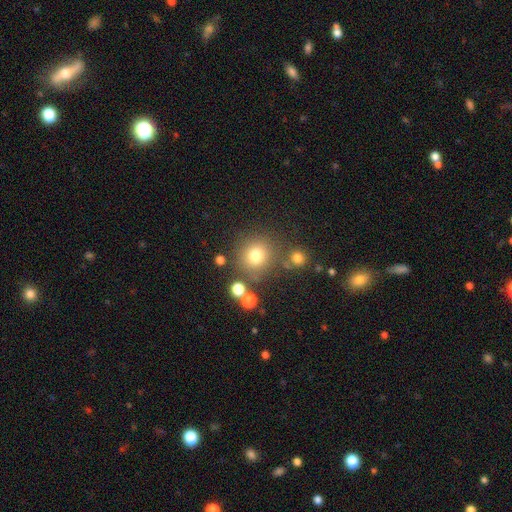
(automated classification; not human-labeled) Morphology: type=smooth (76%); roundness=round (91%); merging=none (78%).